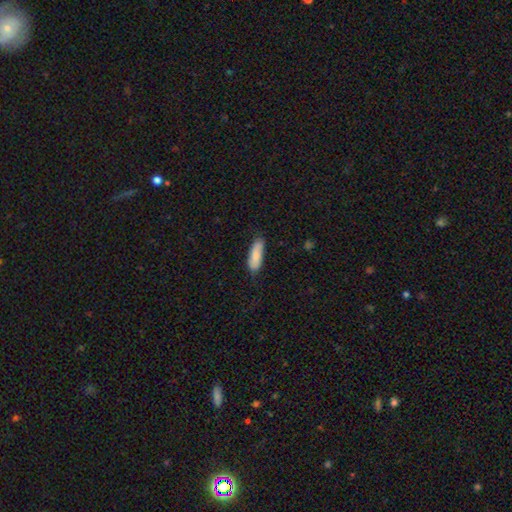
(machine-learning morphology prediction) type=smooth (82%); roundness=in between (58%); merging=none (73%).